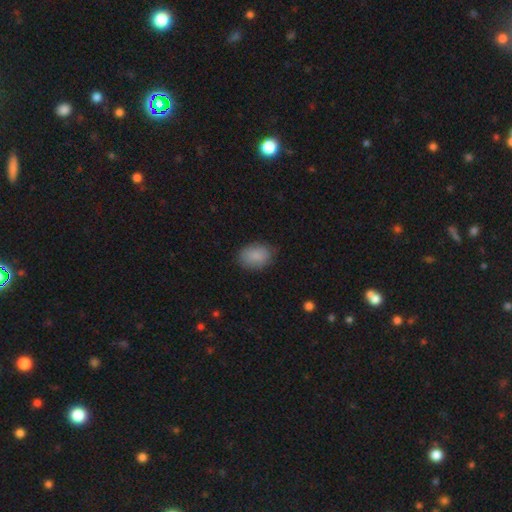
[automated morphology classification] Q: Smooth or featured?
A: smooth (87%); runner-up: star or artifact (7%)
Q: How rounded?
A: in between (77%); runner-up: round (21%)
Q: Merging?
A: none (78%); runner-up: minor disturbance (17%)